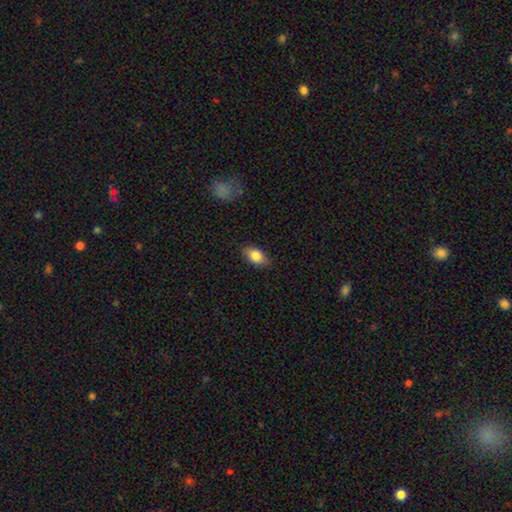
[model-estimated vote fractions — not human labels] The model was most divided on "merging": none: 84%, minor disturbance: 13%, major disturbance: 3%, merger: 1%. More confident: how rounded — in between (88%); smooth or featured — smooth (84%).